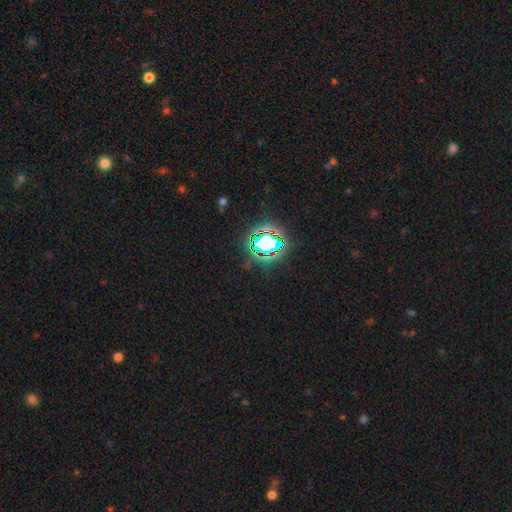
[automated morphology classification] A star or artifact, not a galaxy (81%).